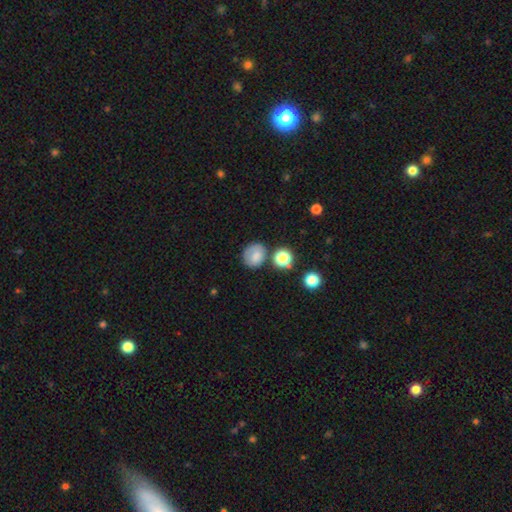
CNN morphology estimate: This appears to be a smooth galaxy with no disk features (74%) that is round (68%). Merging: none (65%).